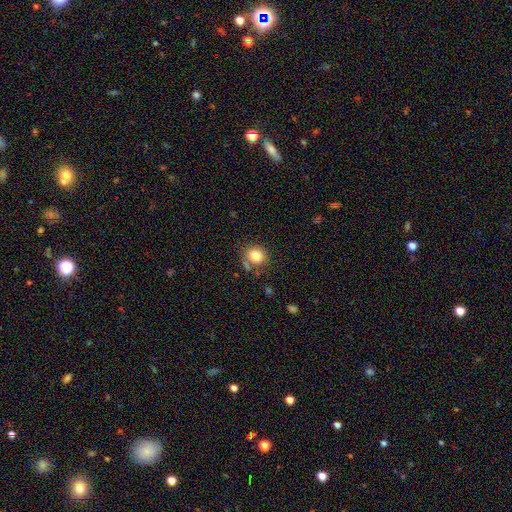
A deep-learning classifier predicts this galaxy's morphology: Smooth or featured?
  - smooth: 81% *
  - star or artifact: 11%
  - featured or disk: 8%
How rounded?
  - round: 73% *
  - in between: 26%
  - cigar-shaped: 1%
Merging?
  - none: 74% *
  - minor disturbance: 14%
  - merger: 7%
  - major disturbance: 5%